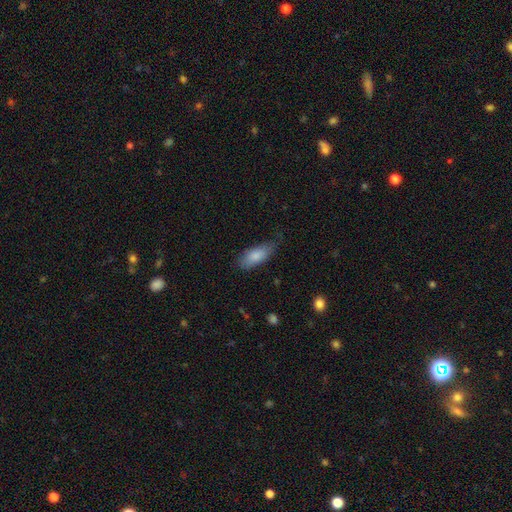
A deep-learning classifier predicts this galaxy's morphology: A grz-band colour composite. It shows a smooth galaxy with no disk features (84%) that is in between round and cigar-shaped (80%). Merging: none (59%).